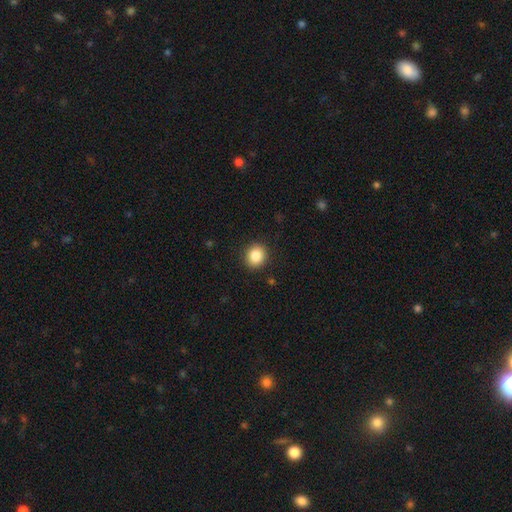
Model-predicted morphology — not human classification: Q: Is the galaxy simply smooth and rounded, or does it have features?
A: smooth — 85%.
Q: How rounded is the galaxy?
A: round — 84%.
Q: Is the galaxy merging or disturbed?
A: none — 91%.